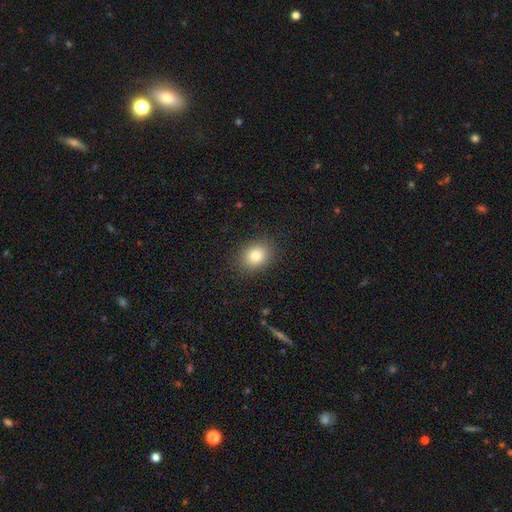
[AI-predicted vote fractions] Smooth or featured? Predicted: smooth (p=0.81). How rounded? Predicted: round (p=0.52). Merging? Predicted: none (p=0.88).